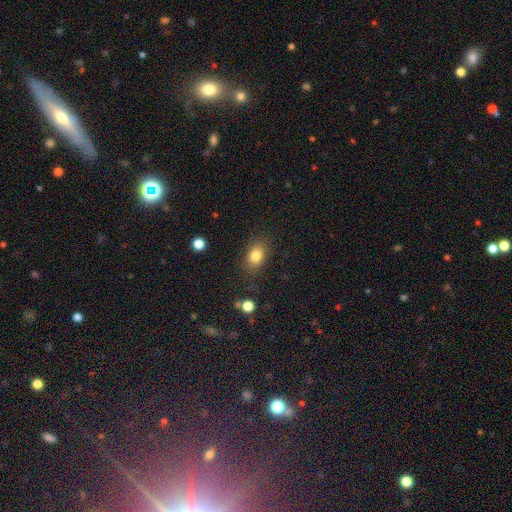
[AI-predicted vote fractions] smooth 82%, star or artifact 10%, featured or disk 8%. Down the decision tree: how rounded — in between (76%); merging — none (82%).